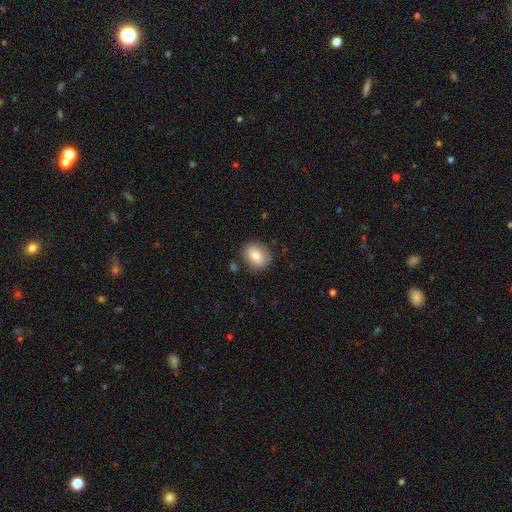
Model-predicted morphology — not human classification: Smooth or featured: smooth — 81% (featured or disk — 11%)
How rounded: in between — 56% (round — 43%)
Merging: none — 82% (minor disturbance — 12%)